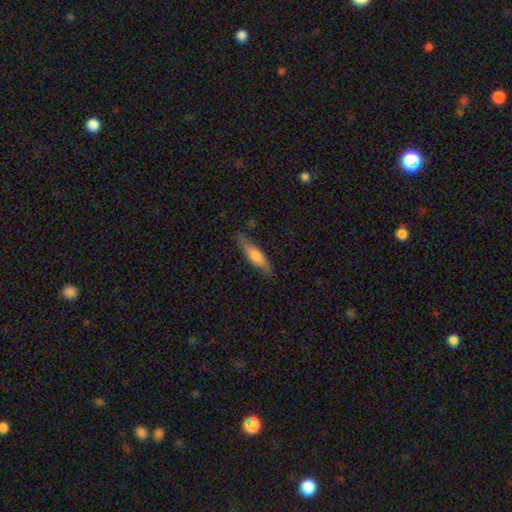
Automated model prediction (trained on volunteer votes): smooth_or_featured: smooth (p=0.67) [alt: featured or disk p=0.27]
how_rounded: cigar-shaped (p=0.63) [alt: in between p=0.35]
merging: none (p=0.75) [alt: minor disturbance p=0.19]